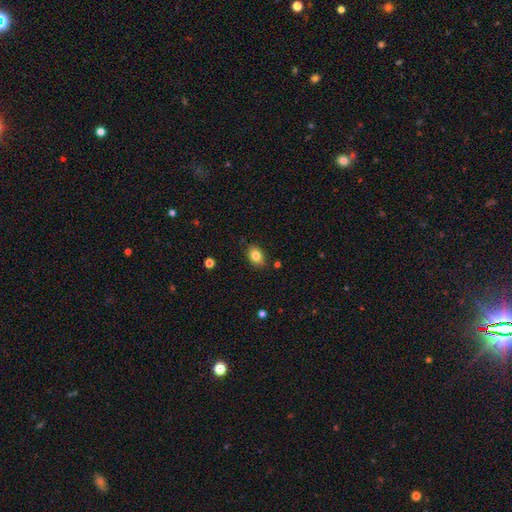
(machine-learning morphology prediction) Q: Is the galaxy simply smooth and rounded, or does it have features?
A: smooth — 83%.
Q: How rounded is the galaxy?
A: in between — 77%.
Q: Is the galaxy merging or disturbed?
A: none — 83%.